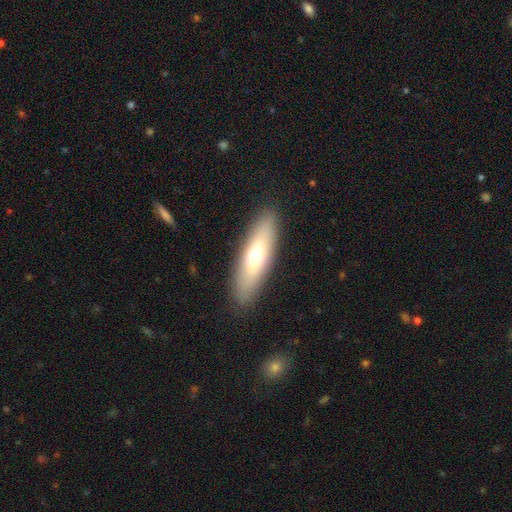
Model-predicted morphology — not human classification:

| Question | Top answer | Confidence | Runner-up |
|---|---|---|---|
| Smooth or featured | smooth | 62% | featured or disk (31%) |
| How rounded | cigar-shaped | 53% | in between (45%) |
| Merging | none | 89% | minor disturbance (8%) |